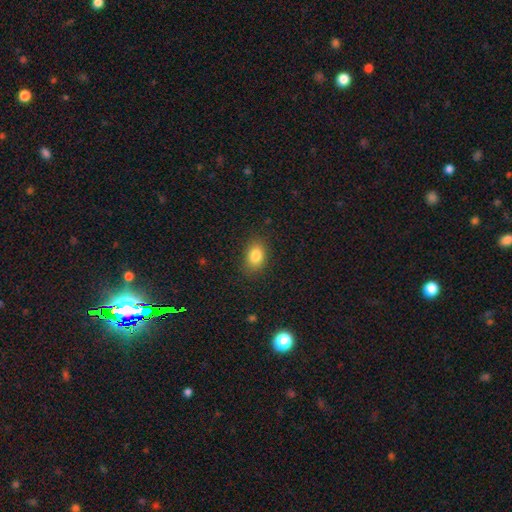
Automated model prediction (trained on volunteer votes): Morphology: type=smooth (84%); roundness=in between (79%); merging=none (85%).